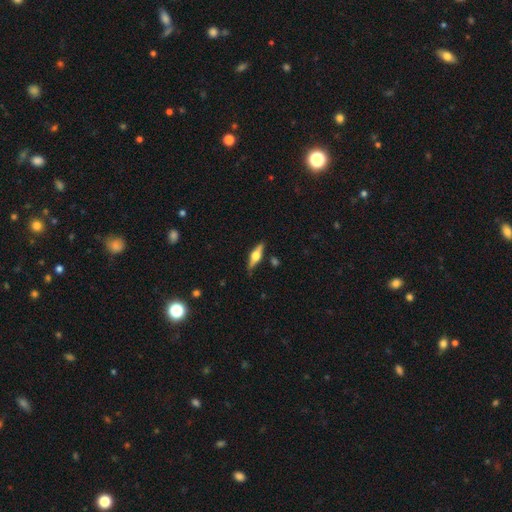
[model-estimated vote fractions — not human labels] smooth_or_featured: featured or disk (p=0.65) [alt: smooth p=0.29]
disk_edge_on: yes (p=0.95) [alt: no p=0.05]
edge_on_bulge: rounded (p=0.94) [alt: boxy p=0.05]
merging: none (p=0.85) [alt: minor disturbance p=0.11]